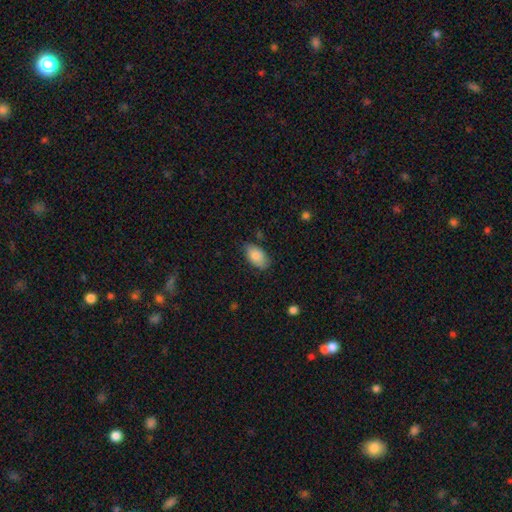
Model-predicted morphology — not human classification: smooth 85%, featured or disk 8%, star or artifact 7%. Down the decision tree: how rounded — in between (93%); merging — none (77%).